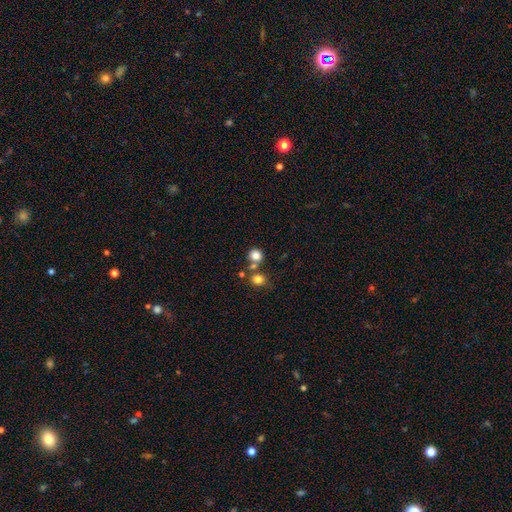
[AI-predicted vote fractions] smooth-or-featured: smooth: 81% | star or artifact: 12% | featured or disk: 7%
  how-rounded: round: 86% | in between: 13% | cigar-shaped: 1%
  merging: none: 62% | merger: 26% | minor disturbance: 9% | major disturbance: 4%